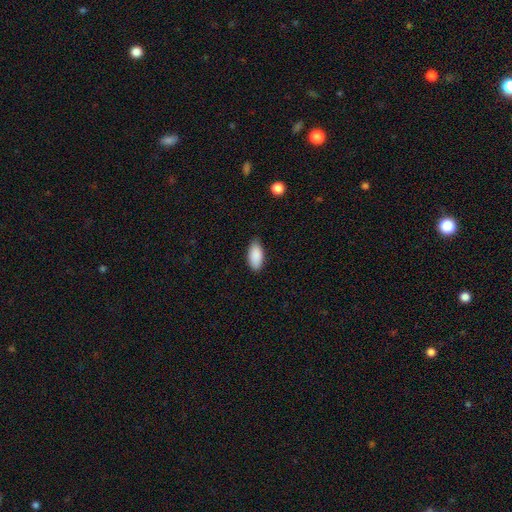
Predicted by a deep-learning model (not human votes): A smooth galaxy with no disk features (90%) that is in between round and cigar-shaped (91%). Merging: none (81%).